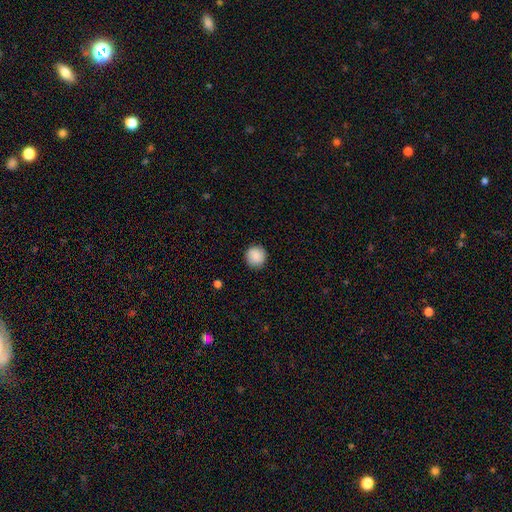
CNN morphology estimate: Smooth or featured: smooth — 87% (star or artifact — 8%)
How rounded: round — 94% (in between — 5%)
Merging: none — 90% (minor disturbance — 7%)